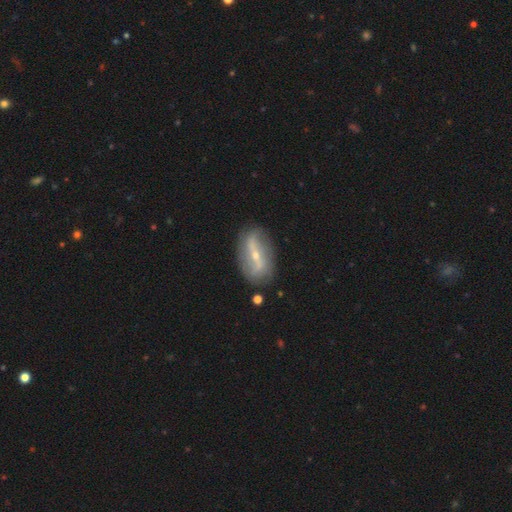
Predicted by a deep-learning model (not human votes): The model was most divided on "bar": strong: 54%, weak: 28%, no: 18%. More confident: edge-on disk — no (87%); spiral arm count — 2 (85%); merging — none (79%); smooth or featured — featured or disk (78%); spiral arms — yes (75%); bulge size — small (68%); spiral winding — loose (67%).